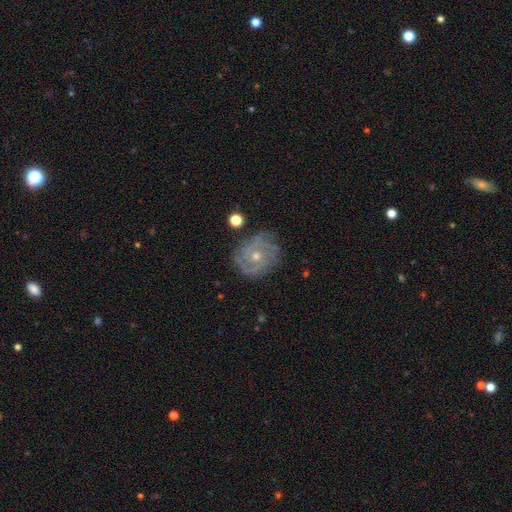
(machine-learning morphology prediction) type=featured or disk (81%); edge-on=no (97%); bar=no (80%); spiral arms=yes (91%); winding=tight (63%); arm count=can't tell (33%); bulge=moderate (51%); merging=none (74%).